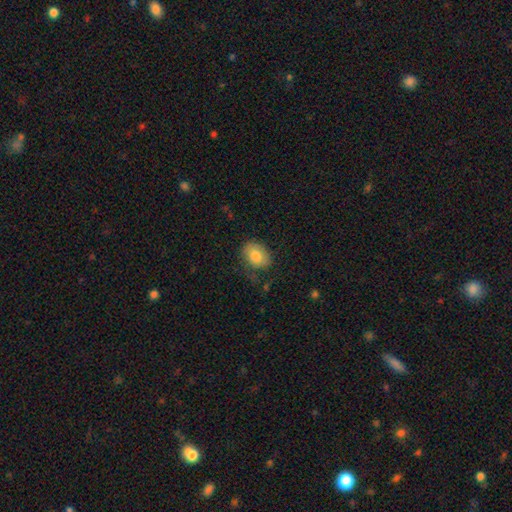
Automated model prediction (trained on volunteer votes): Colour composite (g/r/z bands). It shows a smooth galaxy with no disk features (80%) that is in between round and cigar-shaped (68%). Merging: none (62%).